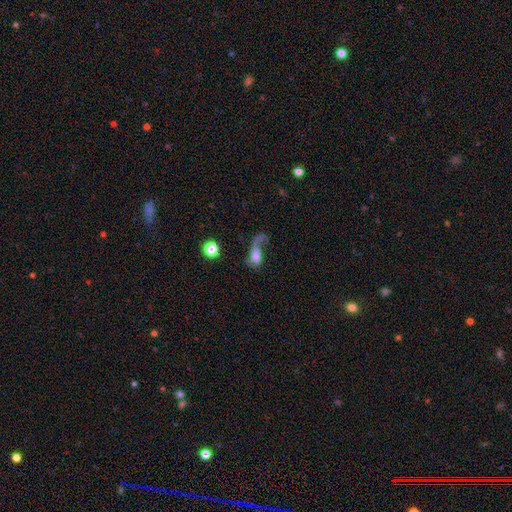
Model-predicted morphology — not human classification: smooth-or-featured: smooth: 46% | featured or disk: 43% | star or artifact: 11%
  merging: major disturbance: 53% | none: 21% | merger: 14% | minor disturbance: 12%